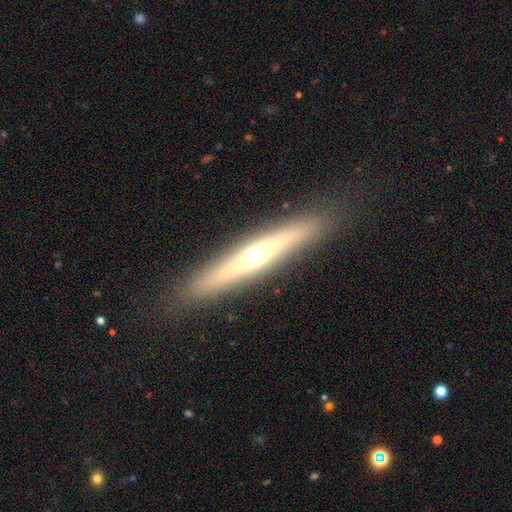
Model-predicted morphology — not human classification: featured or disk 60%, smooth 33%, star or artifact 7%. Down the decision tree: edge-on disk — yes (92%); edge-on bulge — rounded (86%); merging — none (89%).